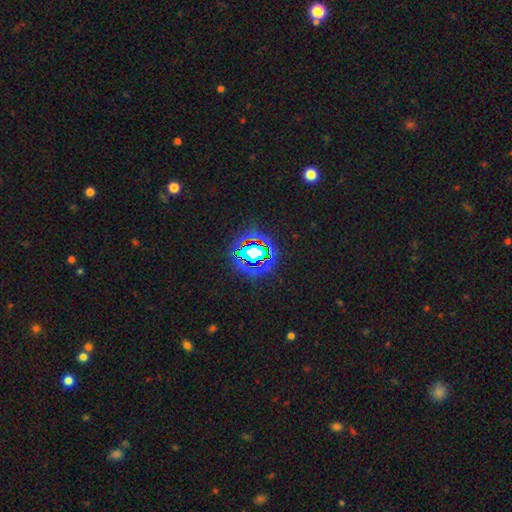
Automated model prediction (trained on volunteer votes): smooth-or-featured: star or artifact: 73% | smooth: 15% | featured or disk: 11%